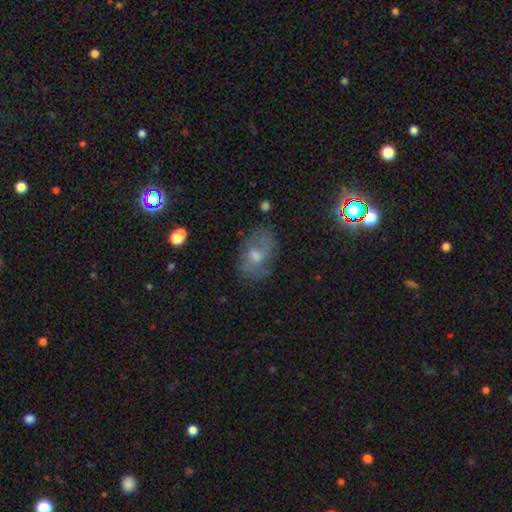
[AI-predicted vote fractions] Overall: featured or disk (44%; smooth 39%). Merging: none (66%).